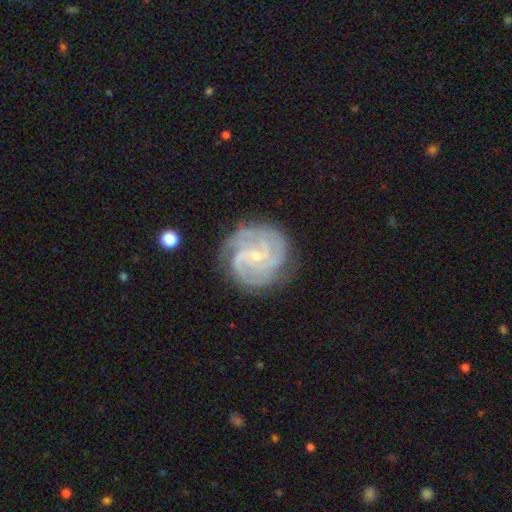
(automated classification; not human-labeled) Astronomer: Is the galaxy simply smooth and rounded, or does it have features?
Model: featured or disk — 90%.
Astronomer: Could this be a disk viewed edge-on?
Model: no — 98%.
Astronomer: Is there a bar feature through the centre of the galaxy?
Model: no — 46% (runner-up: weak, 41%).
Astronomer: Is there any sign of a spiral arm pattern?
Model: yes — 98%.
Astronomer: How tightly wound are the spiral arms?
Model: tight — 65%.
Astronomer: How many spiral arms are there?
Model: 3 — 36% (runner-up: 4, 23%).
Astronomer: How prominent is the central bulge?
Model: small — 80%.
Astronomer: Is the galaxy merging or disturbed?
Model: none — 79%.